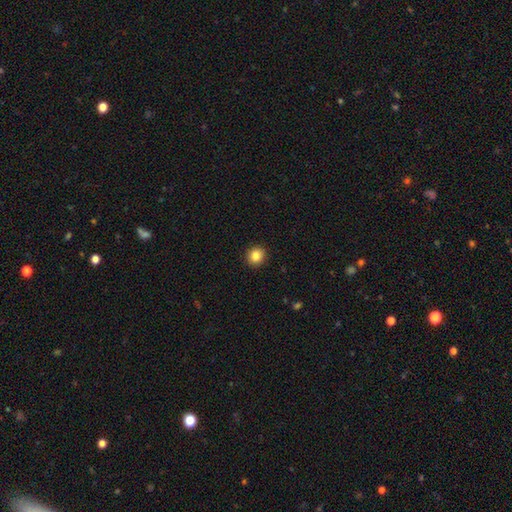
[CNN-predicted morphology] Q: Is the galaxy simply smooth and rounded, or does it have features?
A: smooth — 85%.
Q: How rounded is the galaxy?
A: round — 85%.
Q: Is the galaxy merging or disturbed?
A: none — 93%.